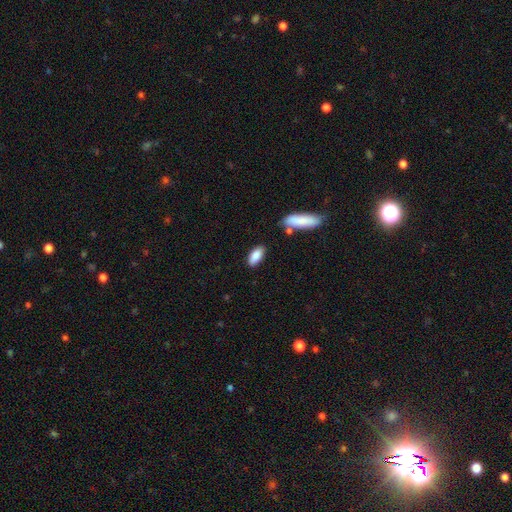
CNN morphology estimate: Smooth or featured?
  - smooth: 86% *
  - featured or disk: 7%
  - star or artifact: 6%
How rounded?
  - in between: 85% *
  - cigar-shaped: 13%
  - round: 2%
Merging?
  - none: 82% *
  - minor disturbance: 11%
  - merger: 4%
  - major disturbance: 3%